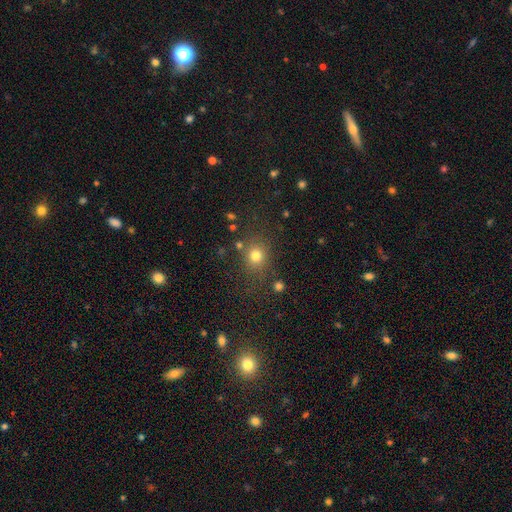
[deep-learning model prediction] Q: Smooth or featured?
A: smooth (76%); runner-up: star or artifact (16%)
Q: How rounded?
A: round (76%); runner-up: in between (23%)
Q: Merging?
A: none (75%); runner-up: minor disturbance (12%)